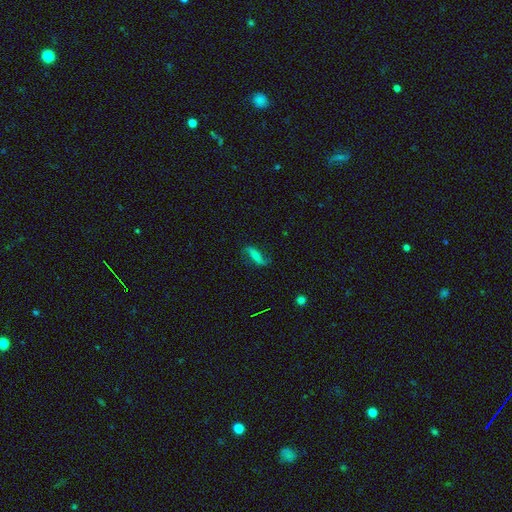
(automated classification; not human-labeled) A featured or disk galaxy (54%). Merging: none (73%).